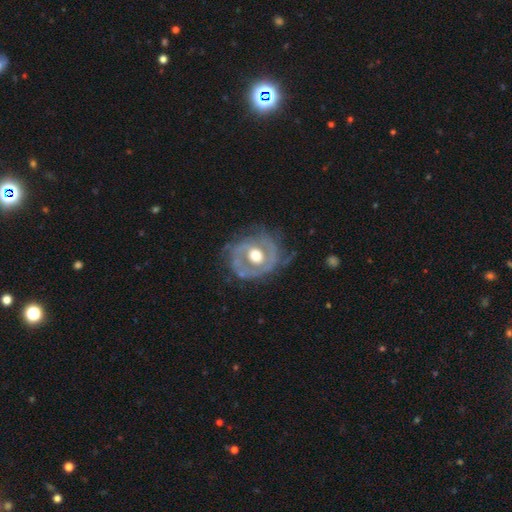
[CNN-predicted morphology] A featured or disk galaxy (72%) with no bar (80%), spiral arms (53%) and a moderate central bulge (67%).

Vote fractions:
- Smooth or featured? featured or disk: 72% / smooth: 22% / star or artifact: 5%
- Edge-on disk? no: 97% / yes: 3%
- Bar? no: 80% / weak: 15% / strong: 4%
- Spiral arms? yes: 53% / no: 47%
- Bulge size? moderate: 67% / large: 26% / small: 4% / dominant: 2% / none: 1%
- Merging? none: 58% / minor disturbance: 24% / major disturbance: 16% / merger: 2%